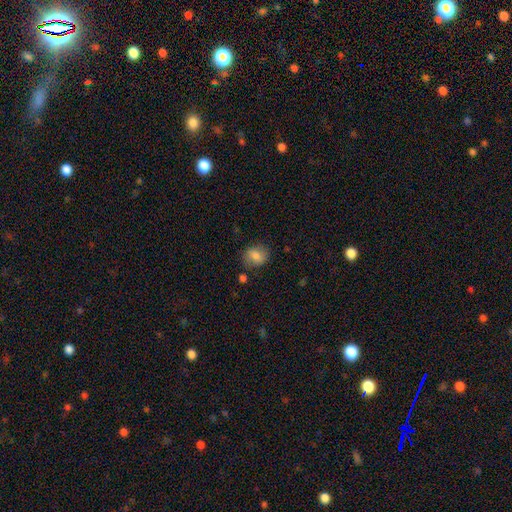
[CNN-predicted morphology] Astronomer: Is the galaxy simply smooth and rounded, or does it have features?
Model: smooth — 78%.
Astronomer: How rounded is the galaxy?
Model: round — 57% (runner-up: in between, 42%).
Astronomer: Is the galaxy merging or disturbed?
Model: none — 77%.